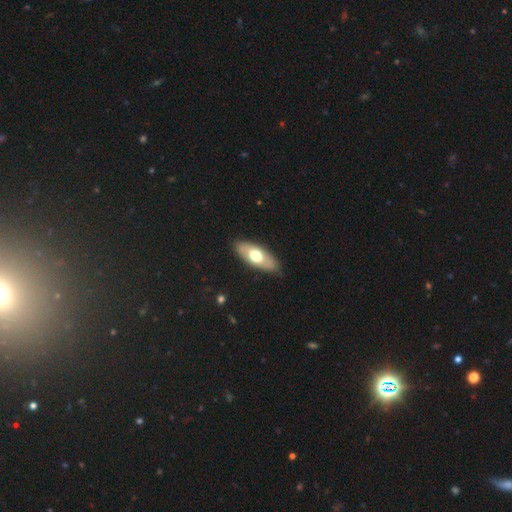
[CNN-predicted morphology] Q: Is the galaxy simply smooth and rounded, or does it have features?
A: smooth — 55%.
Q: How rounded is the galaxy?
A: in between — 84%.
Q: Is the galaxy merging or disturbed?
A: none — 84%.